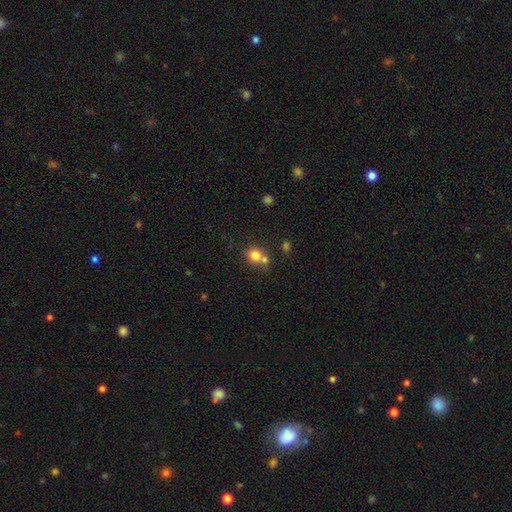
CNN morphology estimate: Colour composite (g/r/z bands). It shows a smooth galaxy with no disk features (79%) that is round (77%). Merging: none (49%).